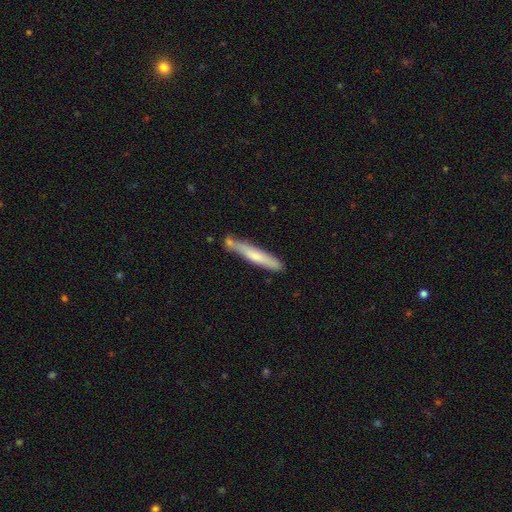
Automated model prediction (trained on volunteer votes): The model was most divided on "smooth or featured": smooth: 61%, featured or disk: 34%, star or artifact: 6%. More confident: how rounded — cigar-shaped (94%); merging — none (68%).